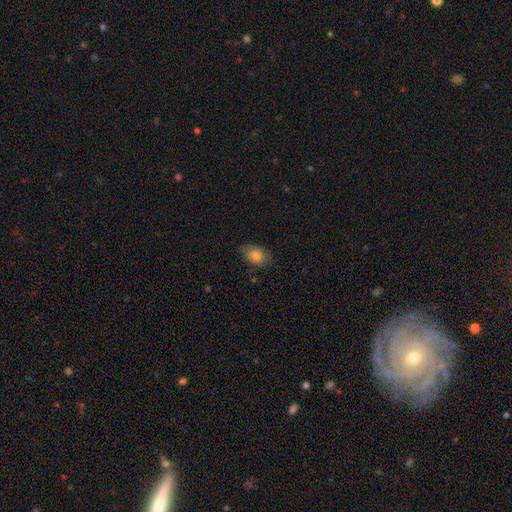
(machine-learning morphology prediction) smooth 79%, featured or disk 12%, star or artifact 8%. Down the decision tree: how rounded — in between (86%); merging — none (77%).